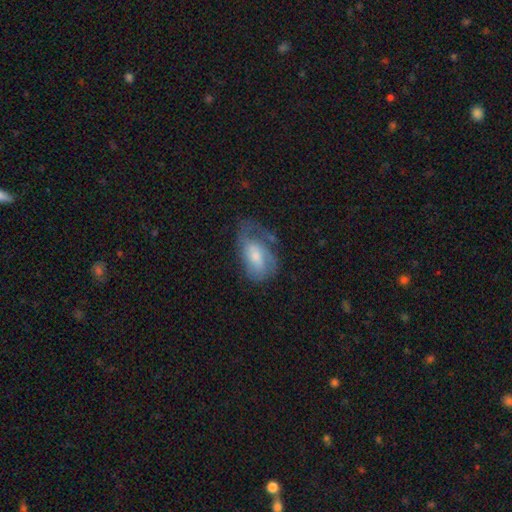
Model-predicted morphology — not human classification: Smooth or featured? featured or disk (56%)
Edge-on disk? no (95%)
Bar? no (59%)
Spiral arms? yes (75%)
Bulge size? small (43%)
Merging? none (36%)